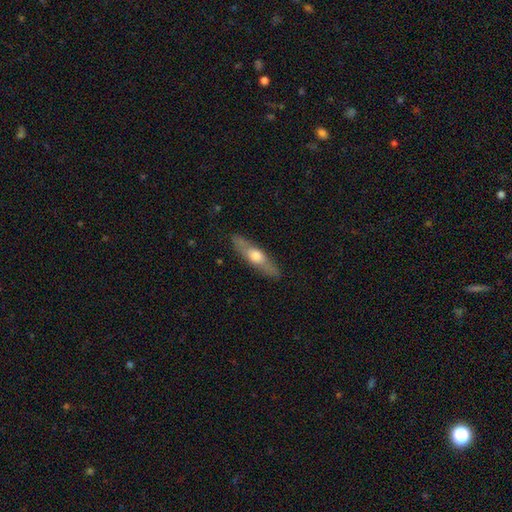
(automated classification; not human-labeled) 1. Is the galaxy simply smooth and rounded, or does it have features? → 51% featured or disk, 44% smooth, 5% star or artifact.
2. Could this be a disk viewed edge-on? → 83% yes, 17% no.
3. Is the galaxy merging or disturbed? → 85% none, 11% minor disturbance, 3% major disturbance, 1% merger.